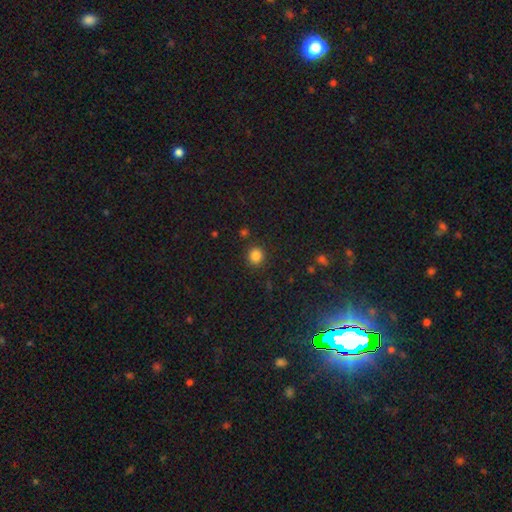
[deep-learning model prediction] This appears to be a smooth galaxy with no disk features (84%) that is round (88%). Merging: none (89%).